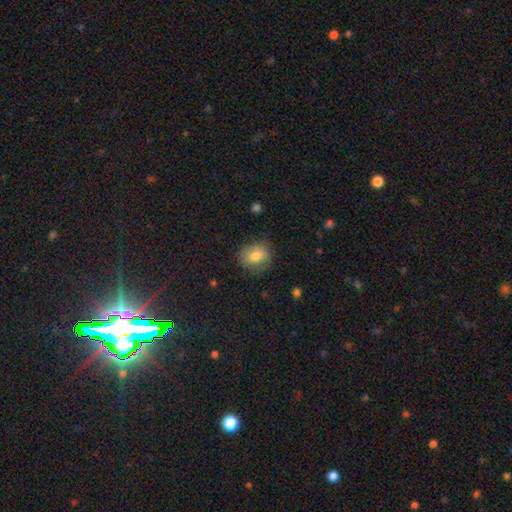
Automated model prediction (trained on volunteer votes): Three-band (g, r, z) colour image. It shows a smooth galaxy with no disk features (75%) that is round (55%). Merging: none (74%).